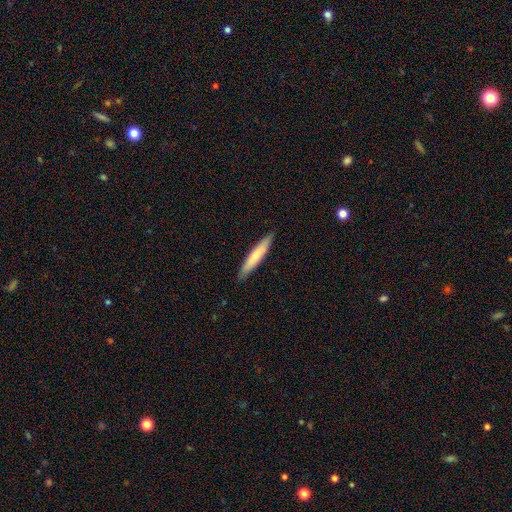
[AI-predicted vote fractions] smooth 68%, featured or disk 27%, star or artifact 5%. Down the decision tree: how rounded — cigar-shaped (92%); merging — none (90%).